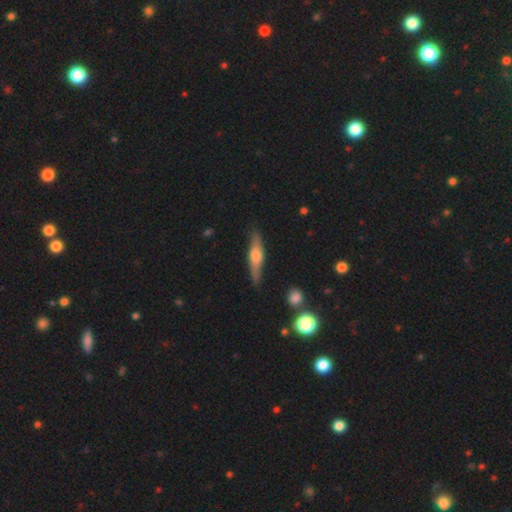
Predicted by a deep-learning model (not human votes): smooth_or_featured: featured or disk (p=0.55) [alt: smooth p=0.40]
disk_edge_on: yes (p=0.91) [alt: no p=0.09]
merging: none (p=0.83) [alt: minor disturbance p=0.13]